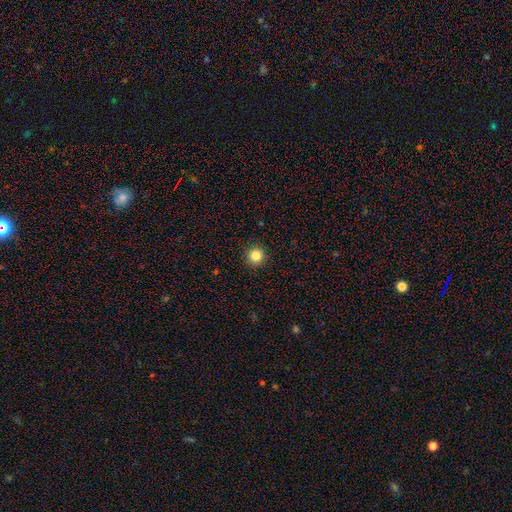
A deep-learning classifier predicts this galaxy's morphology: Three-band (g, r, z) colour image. It shows a smooth galaxy with no disk features (84%) that is round (96%). Merging: none (93%).